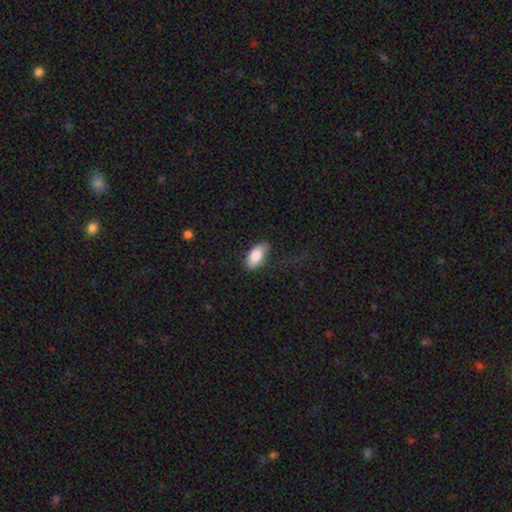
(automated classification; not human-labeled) Smooth or featured: smooth — 82% (featured or disk — 12%)
How rounded: in between — 89% (cigar-shaped — 8%)
Merging: none — 72% (minor disturbance — 20%)